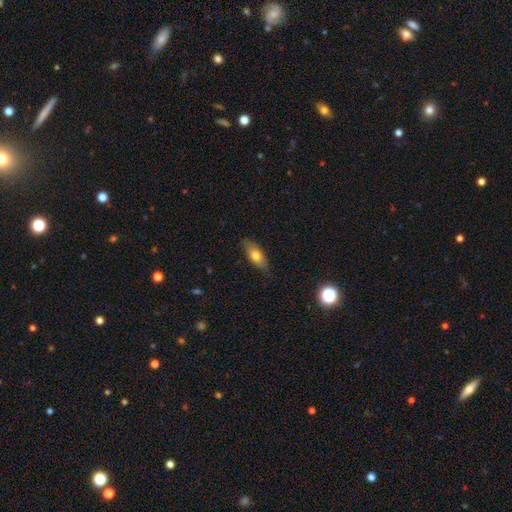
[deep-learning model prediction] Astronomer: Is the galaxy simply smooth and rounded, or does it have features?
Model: smooth — 68%.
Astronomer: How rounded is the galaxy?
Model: in between — 76%.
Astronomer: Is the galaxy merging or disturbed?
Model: none — 81%.